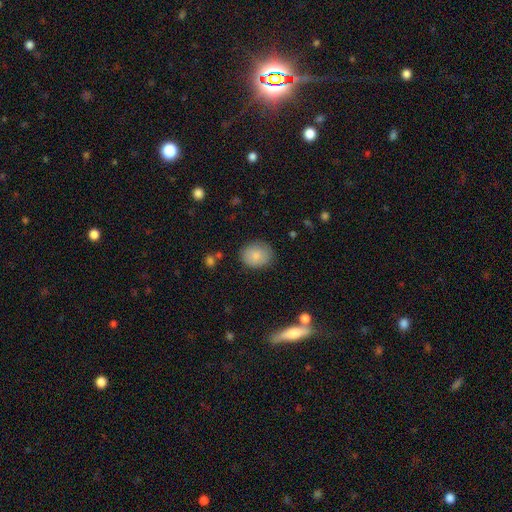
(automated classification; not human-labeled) Smooth or featured? Predicted: smooth (p=0.85). How rounded? Predicted: round (p=0.56). Merging? Predicted: none (p=0.83).